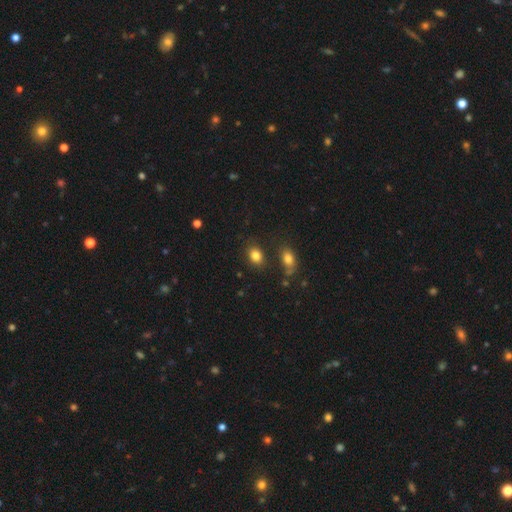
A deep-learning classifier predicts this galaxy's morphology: Smooth or featured? Predicted: smooth (p=0.84). How rounded? Predicted: in between (p=0.62). Merging? Predicted: none (p=0.80).